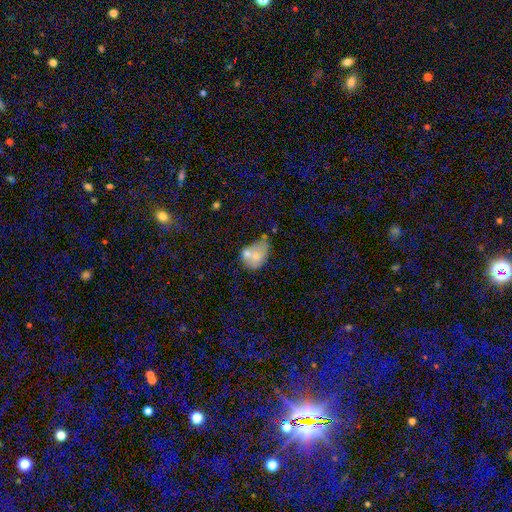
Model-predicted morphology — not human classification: smooth_or_featured: smooth (p=0.61) [alt: featured or disk p=0.30]
how_rounded: in between (p=0.64) [alt: round p=0.35]
merging: merger (p=0.56) [alt: none p=0.19]